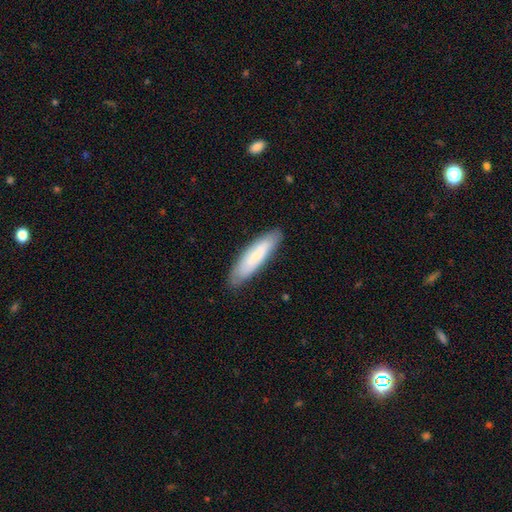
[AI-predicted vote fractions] A smooth galaxy with no disk features (72%) that is cigar-shaped (70%). Merging: none (84%).